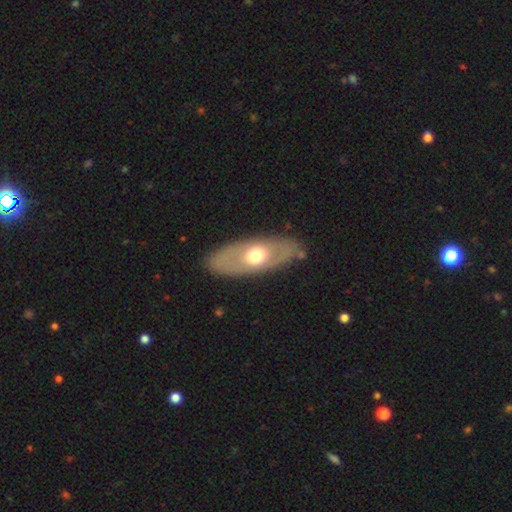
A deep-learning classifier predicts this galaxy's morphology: smooth-or-featured: featured or disk: 49% | smooth: 46% | star or artifact: 5%
  merging: none: 84% | minor disturbance: 11% | major disturbance: 4% | merger: 2%